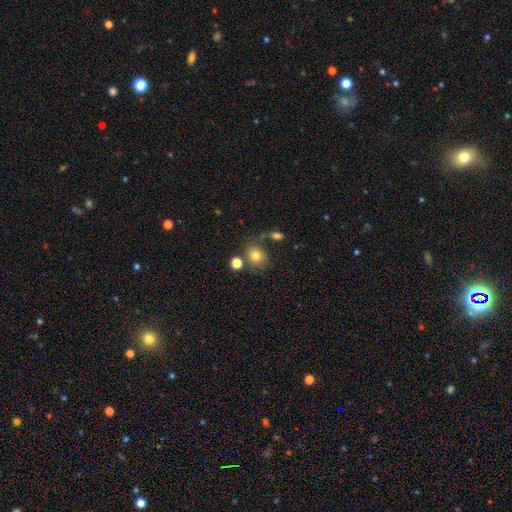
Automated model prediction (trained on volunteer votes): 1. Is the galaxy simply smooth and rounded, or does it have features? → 77% smooth, 12% star or artifact, 11% featured or disk.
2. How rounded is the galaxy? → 70% round, 29% in between, 1% cigar-shaped.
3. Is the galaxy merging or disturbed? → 65% none, 15% merger, 14% minor disturbance, 6% major disturbance.